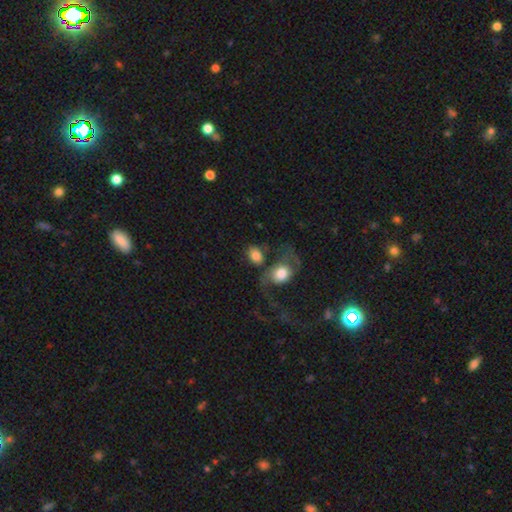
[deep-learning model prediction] A smooth galaxy with no disk features (75%) that is in between round and cigar-shaped (64%).

Vote fractions:
- Smooth or featured? smooth: 75% / featured or disk: 17% / star or artifact: 8%
- How rounded? in between: 64% / round: 34% / cigar-shaped: 2%
- Merging? none: 37% / merger: 35% / major disturbance: 15% / minor disturbance: 13%